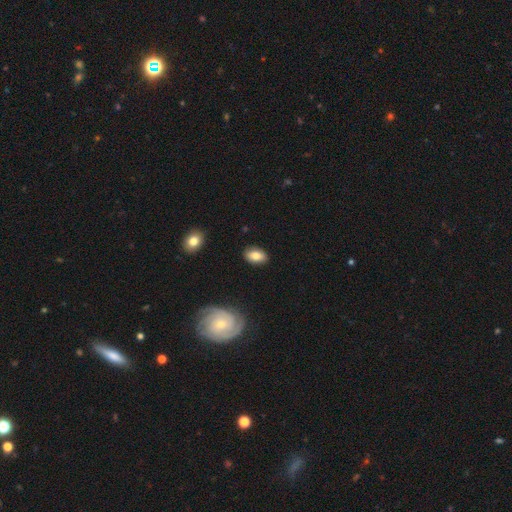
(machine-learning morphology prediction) A smooth galaxy with no disk features (77%) that is in between round and cigar-shaped (90%).

Vote fractions:
- Smooth or featured? smooth: 77% / featured or disk: 16% / star or artifact: 8%
- How rounded? in between: 90% / round: 8% / cigar-shaped: 2%
- Merging? none: 86% / minor disturbance: 10% / major disturbance: 2% / merger: 1%